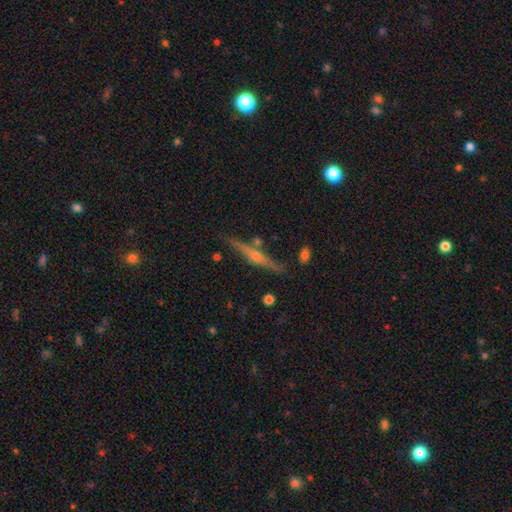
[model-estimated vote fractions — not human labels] Q: Smooth or featured?
A: featured or disk (78%); runner-up: smooth (15%)
Q: Edge-on disk?
A: yes (97%); runner-up: no (3%)
Q: Edge-on bulge?
A: rounded (83%); runner-up: none (10%)
Q: Merging?
A: none (85%); runner-up: minor disturbance (9%)